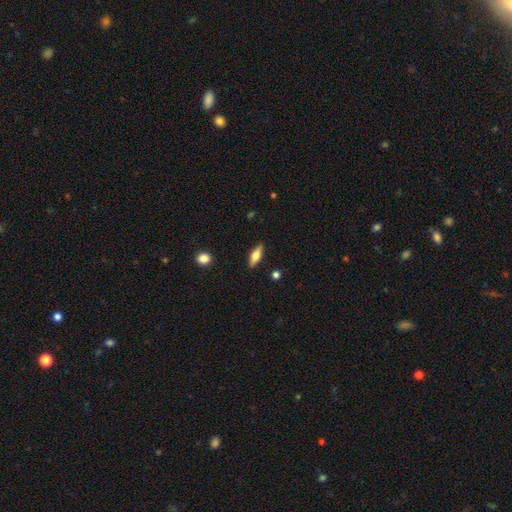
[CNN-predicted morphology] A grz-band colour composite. It shows a smooth galaxy with no disk features (62%) that is in between round and cigar-shaped (60%). Merging: none (88%).